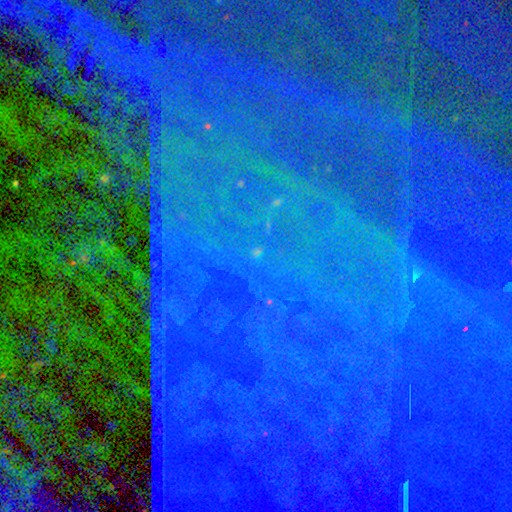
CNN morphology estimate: Smooth or featured? star or artifact (87%)